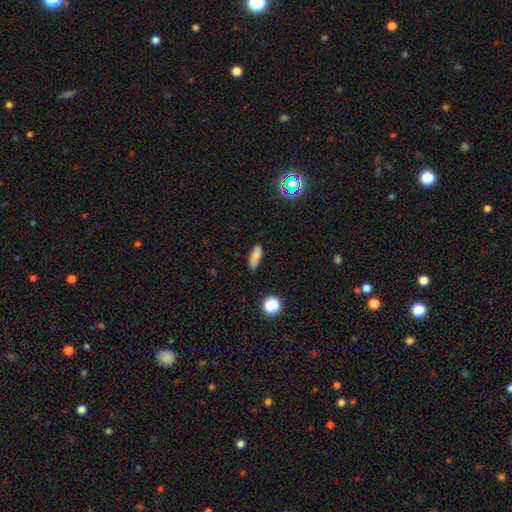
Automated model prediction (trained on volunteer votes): smooth_or_featured: smooth (p=0.81) [alt: star or artifact p=0.13]
how_rounded: in between (p=0.64) [alt: cigar-shaped p=0.33]
merging: none (p=0.81) [alt: minor disturbance p=0.14]